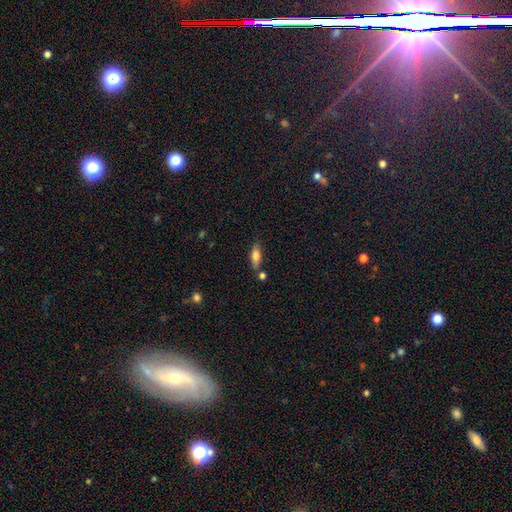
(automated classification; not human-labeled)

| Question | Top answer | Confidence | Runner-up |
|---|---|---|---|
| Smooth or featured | smooth | 73% | featured or disk (19%) |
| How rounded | in between | 61% | cigar-shaped (36%) |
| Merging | none | 69% | minor disturbance (16%) |